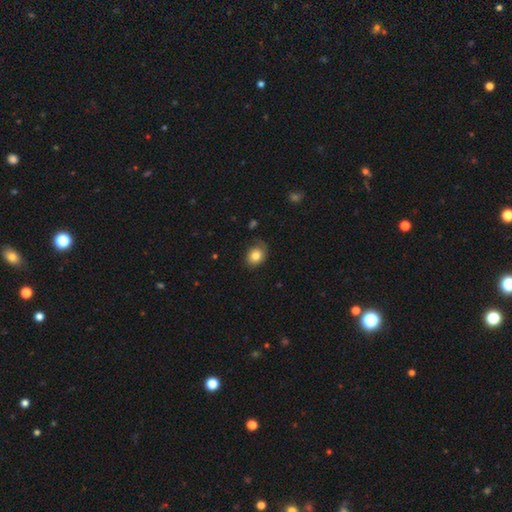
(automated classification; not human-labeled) A smooth galaxy with no disk features (79%) that is in between round and cigar-shaped (51%). Merging: none (64%).